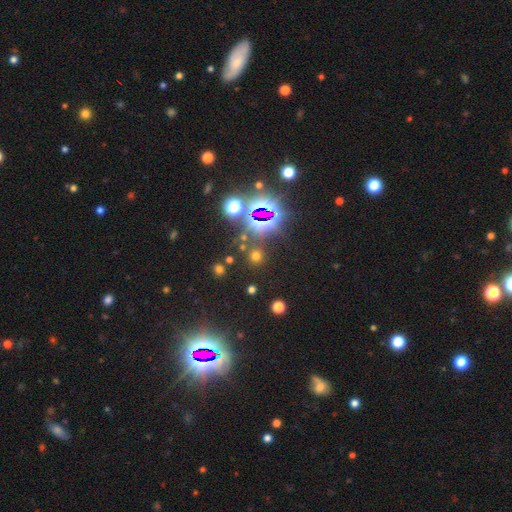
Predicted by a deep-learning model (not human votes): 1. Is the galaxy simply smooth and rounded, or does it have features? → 52% smooth, 41% star or artifact, 7% featured or disk.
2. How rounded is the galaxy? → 89% round, 9% in between, 1% cigar-shaped.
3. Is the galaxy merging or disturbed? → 81% none, 8% minor disturbance, 6% merger, 4% major disturbance.